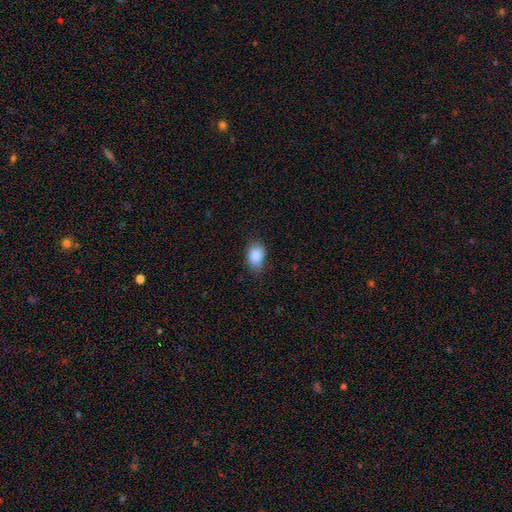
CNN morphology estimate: Smooth or featured?
  - smooth: 88% *
  - star or artifact: 8%
  - featured or disk: 4%
How rounded?
  - in between: 74% *
  - round: 24%
  - cigar-shaped: 1%
Merging?
  - none: 65% *
  - minor disturbance: 28%
  - major disturbance: 6%
  - merger: 1%